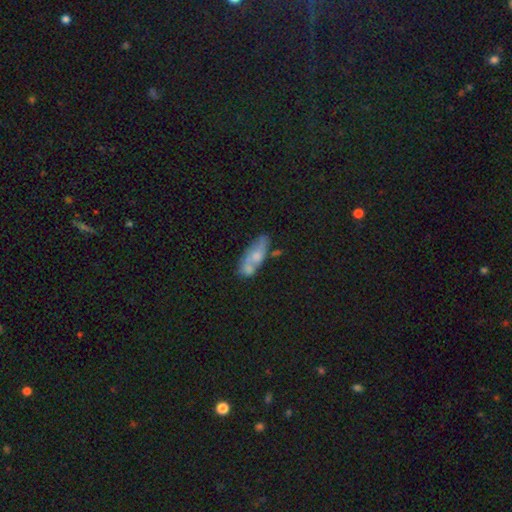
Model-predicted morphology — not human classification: Q: Smooth or featured?
A: smooth (57%); runner-up: featured or disk (35%)
Q: How rounded?
A: in between (71%); runner-up: cigar-shaped (26%)
Q: Merging?
A: none (46%); runner-up: minor disturbance (23%)